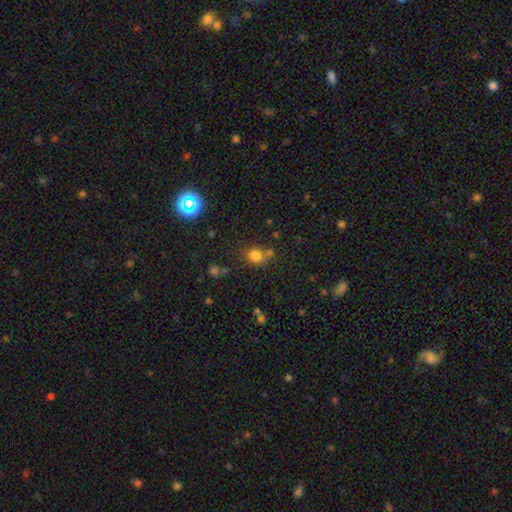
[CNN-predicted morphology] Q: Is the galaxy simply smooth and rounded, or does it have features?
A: smooth — 78%.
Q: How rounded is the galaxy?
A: round — 77%.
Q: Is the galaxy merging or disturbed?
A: none — 61%.